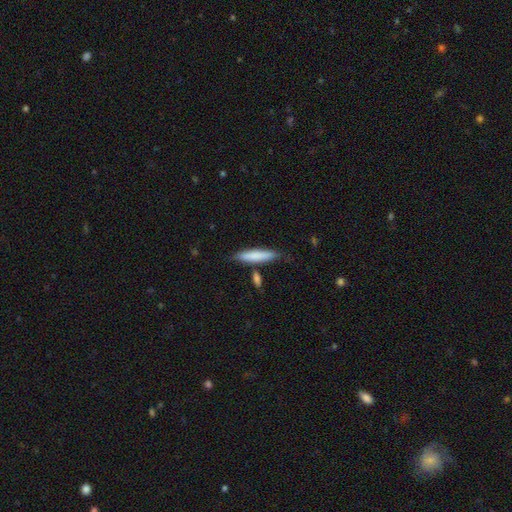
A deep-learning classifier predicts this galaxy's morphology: The model was most divided on "smooth or featured": smooth: 77%, featured or disk: 17%, star or artifact: 5%. More confident: how rounded — cigar-shaped (85%); merging — none (76%).